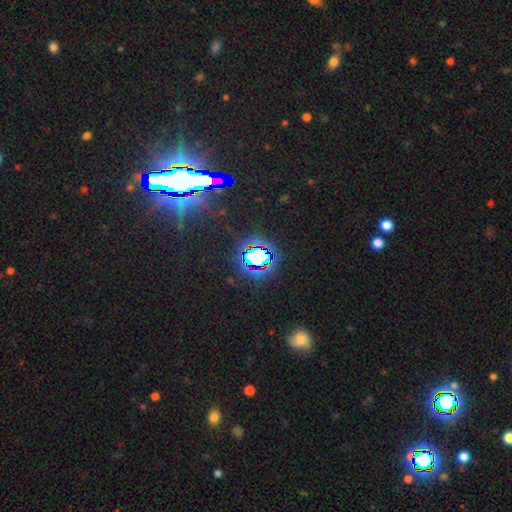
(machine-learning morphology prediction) type=star or artifact (83%).